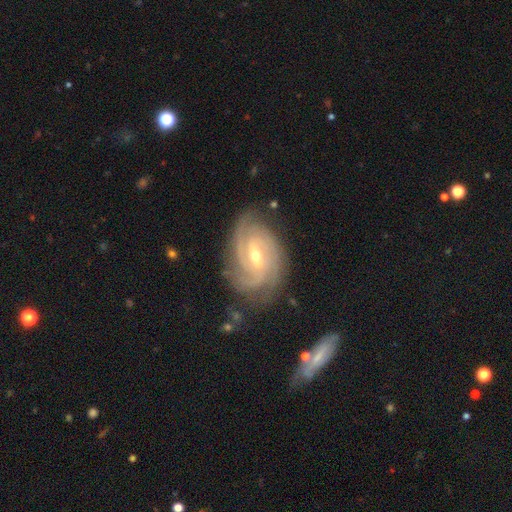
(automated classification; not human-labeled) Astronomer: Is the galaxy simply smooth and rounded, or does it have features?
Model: featured or disk — 90%.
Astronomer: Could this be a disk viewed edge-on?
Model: no — 97%.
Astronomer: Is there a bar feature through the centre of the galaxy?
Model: weak — 52%.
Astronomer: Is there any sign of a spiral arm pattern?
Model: yes — 98%.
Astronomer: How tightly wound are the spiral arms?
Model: tight — 70%.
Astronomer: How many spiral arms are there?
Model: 3 — 39% (runner-up: 4, 22%).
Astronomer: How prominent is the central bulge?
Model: moderate — 50% (runner-up: small, 47%).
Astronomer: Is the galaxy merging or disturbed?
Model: none — 76%.